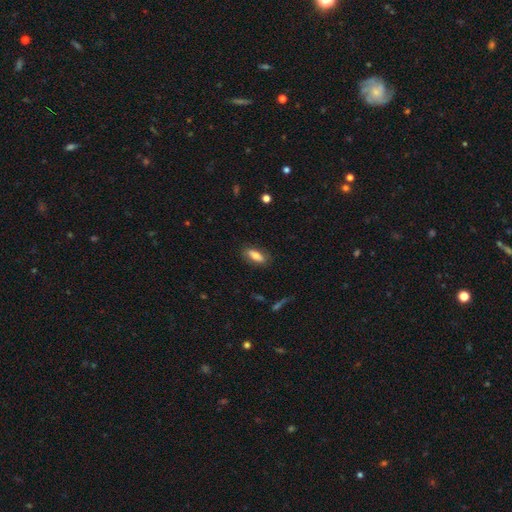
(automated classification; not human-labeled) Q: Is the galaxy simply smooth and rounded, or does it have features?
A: smooth — 74%.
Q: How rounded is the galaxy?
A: in between — 74%.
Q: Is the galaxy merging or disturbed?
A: none — 83%.